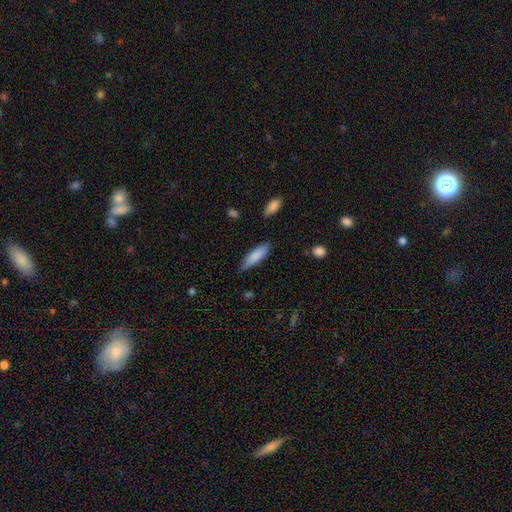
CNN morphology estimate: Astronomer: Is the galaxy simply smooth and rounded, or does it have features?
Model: smooth — 83%.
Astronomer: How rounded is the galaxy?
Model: cigar-shaped — 60% (runner-up: in between, 39%).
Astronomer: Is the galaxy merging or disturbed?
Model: none — 76%.